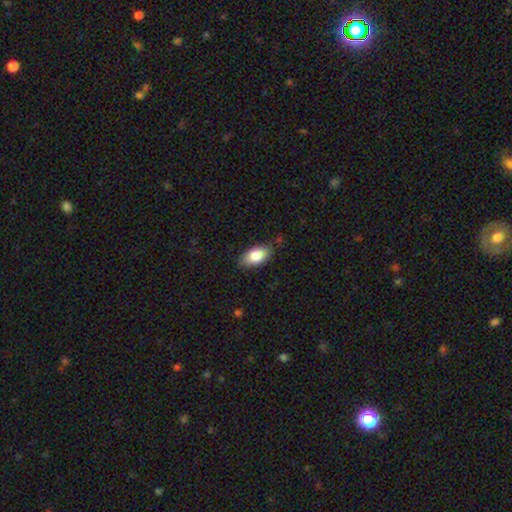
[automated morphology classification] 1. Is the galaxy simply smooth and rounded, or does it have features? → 81% smooth, 12% featured or disk, 7% star or artifact.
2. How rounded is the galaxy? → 92% in between, 4% cigar-shaped, 4% round.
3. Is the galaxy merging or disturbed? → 82% none, 14% minor disturbance, 3% major disturbance, 2% merger.